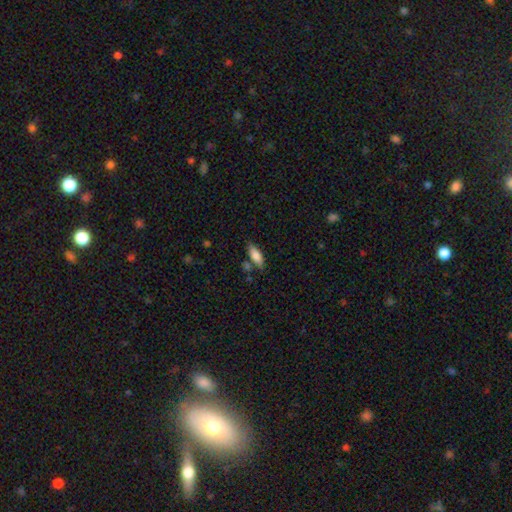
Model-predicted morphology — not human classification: type=smooth (82%); roundness=in between (74%); merging=none (72%).